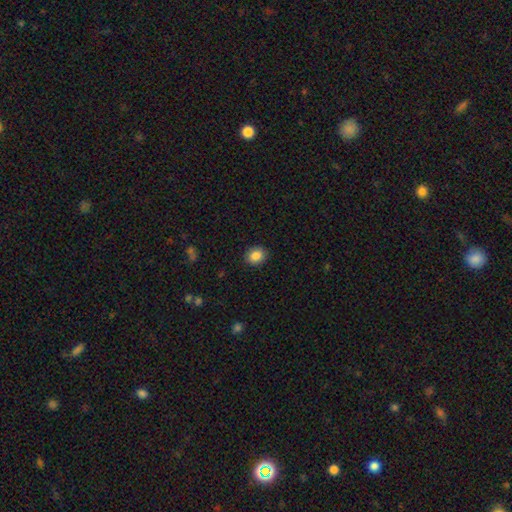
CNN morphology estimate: A smooth galaxy with no disk features (87%) that is round (58%).

Vote fractions:
- Smooth or featured? smooth: 87% / star or artifact: 9% / featured or disk: 4%
- How rounded? round: 58% / in between: 41% / cigar-shaped: 1%
- Merging? none: 89% / minor disturbance: 7% / major disturbance: 2% / merger: 1%